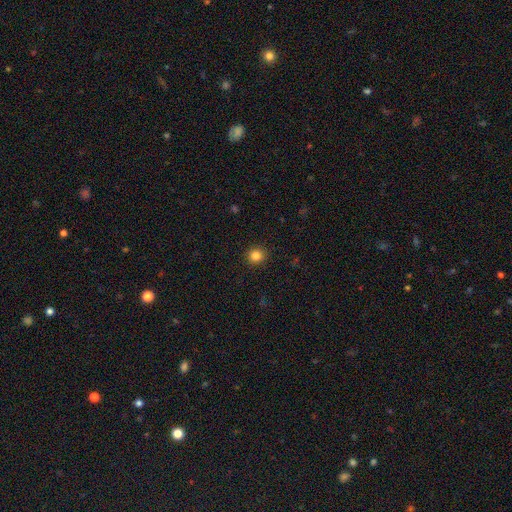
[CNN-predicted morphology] Smooth or featured: smooth — 84% (star or artifact — 12%)
How rounded: round — 92% (in between — 7%)
Merging: none — 92% (minor disturbance — 5%)